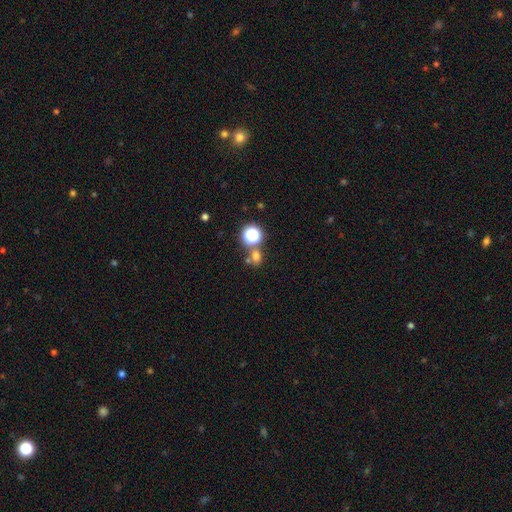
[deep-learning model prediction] This is likely a smooth galaxy (64%). How rounded: likely round (66%). Merging: likely none (61%).